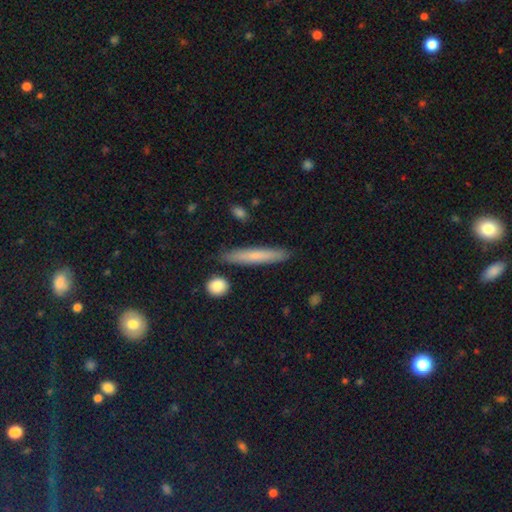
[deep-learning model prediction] Morphology: type=smooth (68%); roundness=cigar-shaped (94%); merging=none (88%).